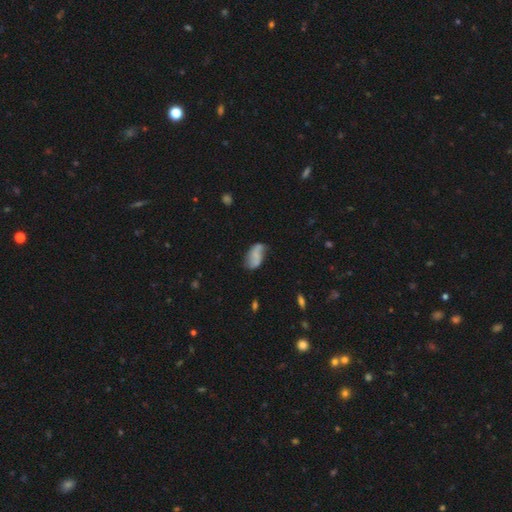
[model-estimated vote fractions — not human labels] Q: Smooth or featured?
A: smooth (51%); runner-up: featured or disk (41%)
Q: How rounded?
A: in between (91%); runner-up: round (5%)
Q: Merging?
A: none (50%); runner-up: minor disturbance (31%)